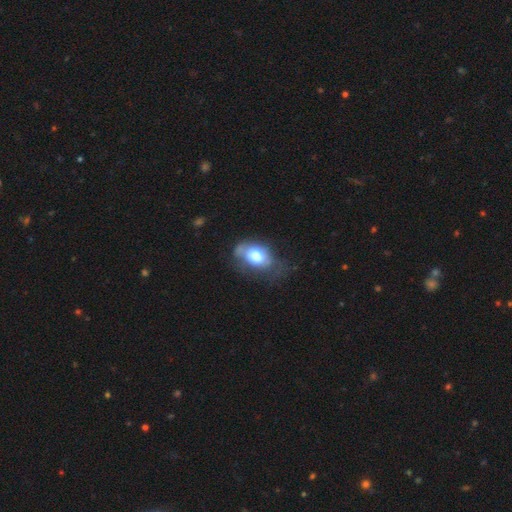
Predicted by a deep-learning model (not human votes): This appears to be a smooth galaxy with no disk features (64%) that is in between round and cigar-shaped (75%). Merging: none (39%).